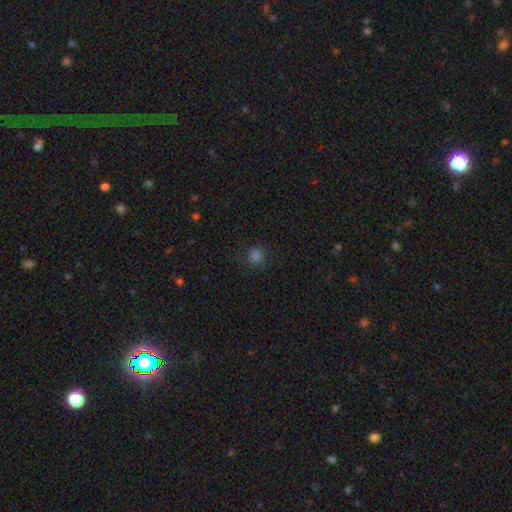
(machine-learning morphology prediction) Overall: smooth (74%). How rounded: round (87%). Merging: none (81%).